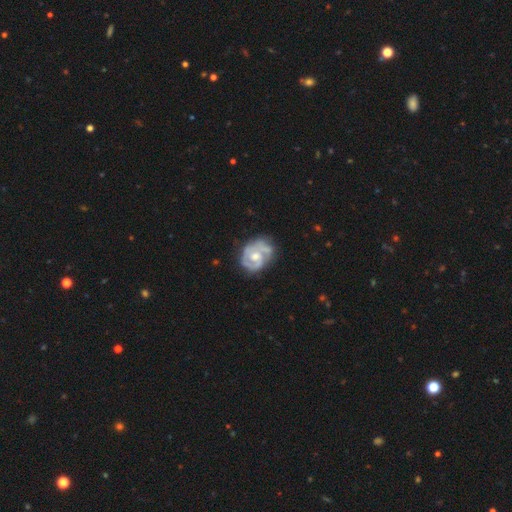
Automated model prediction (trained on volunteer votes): smooth-or-featured: featured or disk: 80% | smooth: 15% | star or artifact: 5%
  disk-edge-on: no: 98% | yes: 2%
    bar: no: 68% | weak: 27% | strong: 5%
    has-spiral-arms: yes: 87% | no: 13%
      spiral-winding: tight: 51% | medium: 38% | loose: 11%
      spiral-arm-count: 2: 54% | can't tell: 20% | 3: 12% | 1: 10% | 4: 2% | more than 4: 2%
    bulge-size: moderate: 66% | small: 20% | large: 10% | none: 3% | dominant: 1%
  merging: none: 56% | minor disturbance: 27% | major disturbance: 13% | merger: 4%